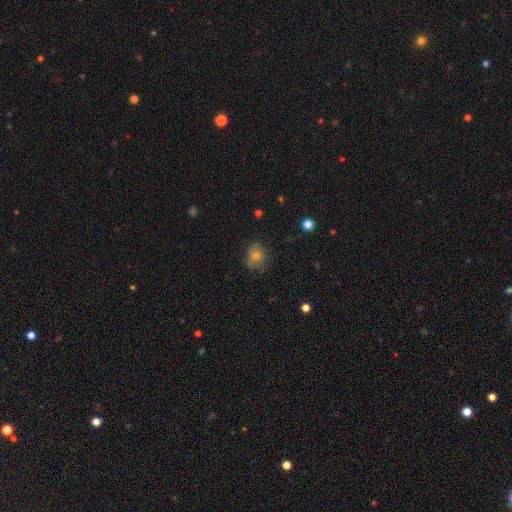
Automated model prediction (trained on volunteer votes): This is likely a smooth galaxy (66%). How rounded: likely round (61%). Merging: likely none (73%).